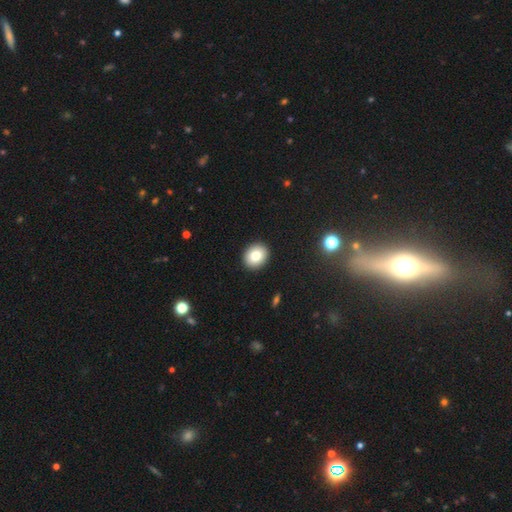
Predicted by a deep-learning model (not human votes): smooth-or-featured: smooth: 81% | star or artifact: 10% | featured or disk: 9%
  how-rounded: round: 64% | in between: 36% | cigar-shaped: 1%
  merging: none: 92% | minor disturbance: 5% | major disturbance: 2% | merger: 1%